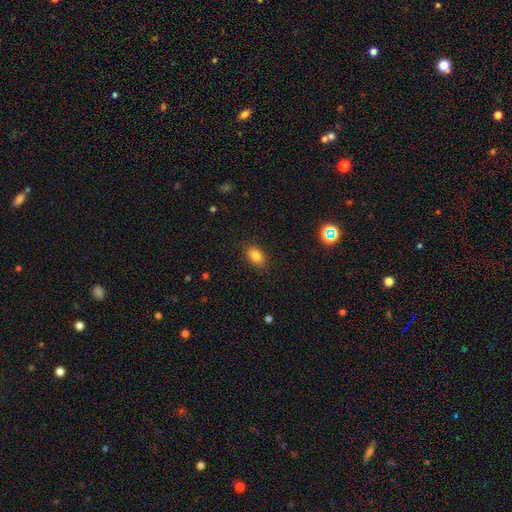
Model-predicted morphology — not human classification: Overall: smooth (82%). How rounded: in between (80%). Merging: none (85%).